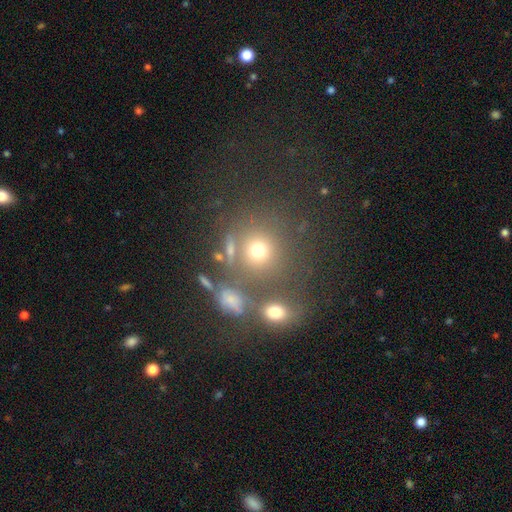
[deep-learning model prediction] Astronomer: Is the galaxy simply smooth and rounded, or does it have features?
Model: smooth — 49% (runner-up: star or artifact, 33%).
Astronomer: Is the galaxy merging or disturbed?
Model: none — 47% (runner-up: merger, 35%).